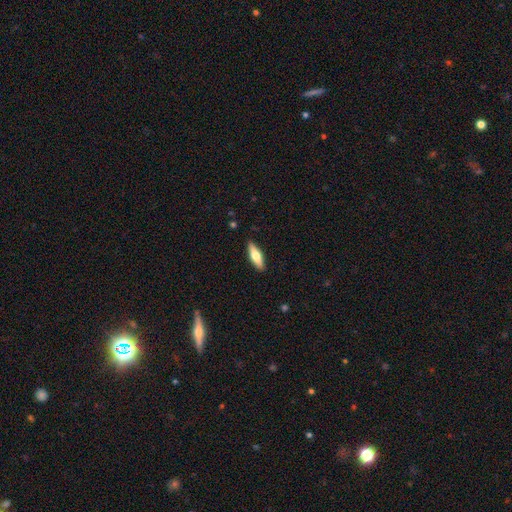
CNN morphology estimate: A smooth galaxy with no disk features (61%) that is cigar-shaped (51%).

Vote fractions:
- Smooth or featured? smooth: 61% / featured or disk: 34% / star or artifact: 6%
- How rounded? cigar-shaped: 51% / in between: 47% / round: 2%
- Merging? none: 89% / minor disturbance: 8% / major disturbance: 2% / merger: 1%